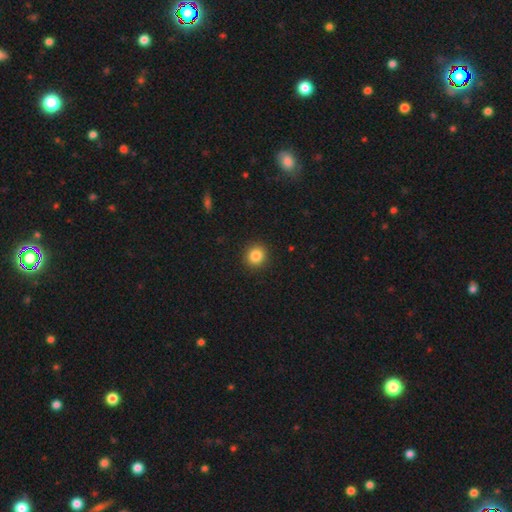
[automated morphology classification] This is clearly a smooth galaxy (85%). How rounded: clearly round (89%). Merging: clearly none (92%).